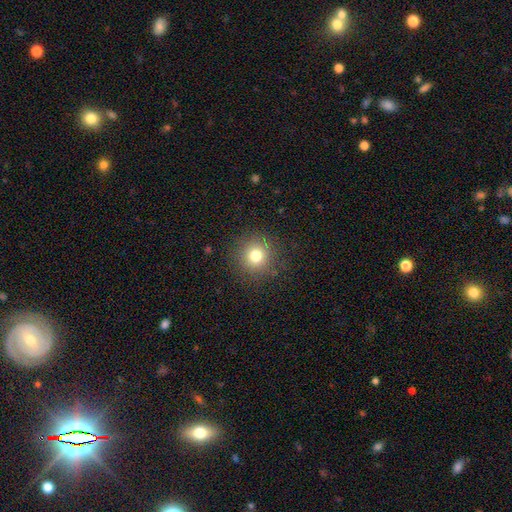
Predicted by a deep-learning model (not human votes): smooth 77%, star or artifact 15%, featured or disk 9%. Down the decision tree: how rounded — round (94%); merging — none (88%).